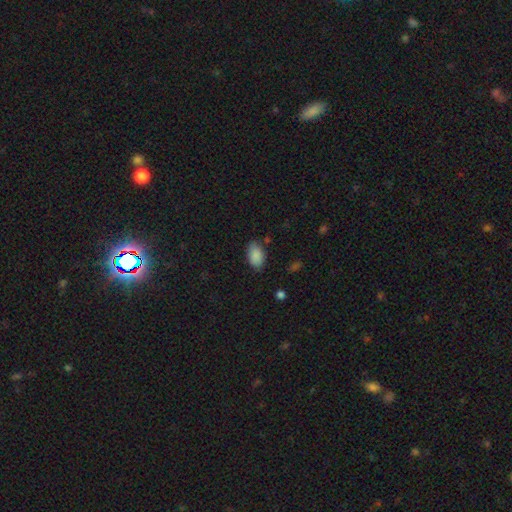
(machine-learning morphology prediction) Smooth or featured?
  - smooth: 89% *
  - star or artifact: 7%
  - featured or disk: 4%
How rounded?
  - in between: 92% *
  - round: 7%
  - cigar-shaped: 1%
Merging?
  - none: 80% *
  - minor disturbance: 15%
  - major disturbance: 3%
  - merger: 2%